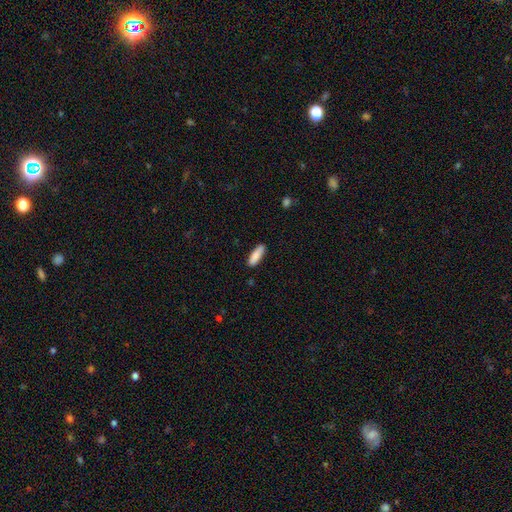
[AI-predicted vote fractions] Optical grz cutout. It shows a smooth galaxy with no disk features (88%) that is in between round and cigar-shaped (49%, tied with cigar-shaped). Merging: none (87%).